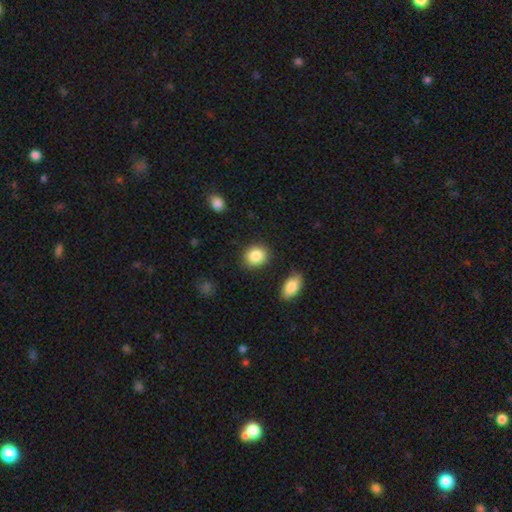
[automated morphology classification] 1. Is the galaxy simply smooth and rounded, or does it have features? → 87% smooth, 7% star or artifact, 5% featured or disk.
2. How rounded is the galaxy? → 61% round, 37% in between, 1% cigar-shaped.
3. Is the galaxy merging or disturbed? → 86% none, 9% minor disturbance, 3% merger, 3% major disturbance.